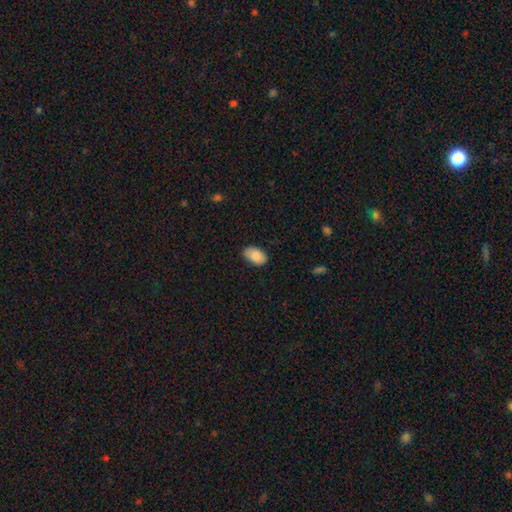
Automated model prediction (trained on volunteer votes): A smooth galaxy with no disk features (86%) that is in between round and cigar-shaped (92%). Merging: none (80%).